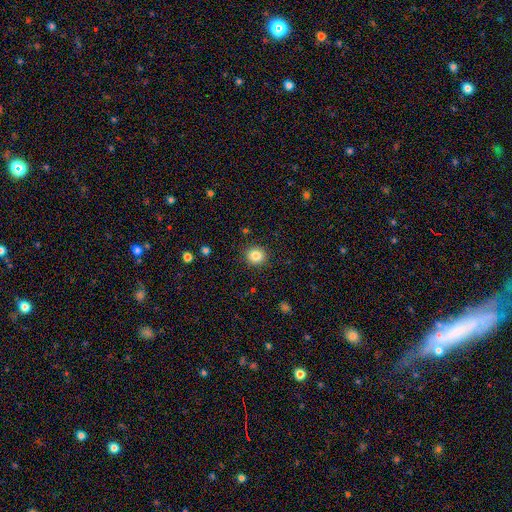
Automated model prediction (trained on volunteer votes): smooth-or-featured: smooth: 84% | star or artifact: 11% | featured or disk: 5%
  how-rounded: round: 86% | in between: 13% | cigar-shaped: 1%
  merging: none: 90% | minor disturbance: 7% | major disturbance: 2% | merger: 1%